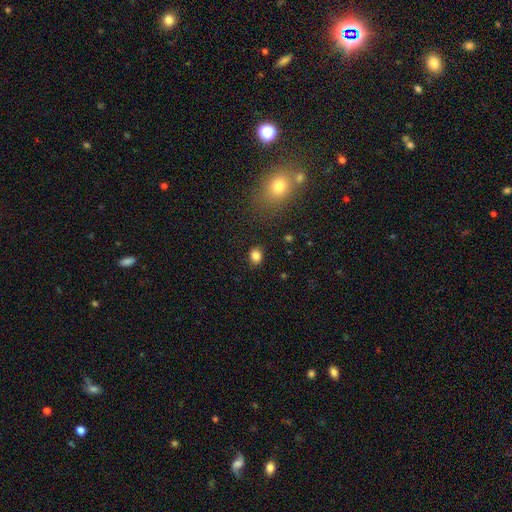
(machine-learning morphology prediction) This appears to be a smooth galaxy with no disk features (84%) that is round (54%). Merging: none (86%).